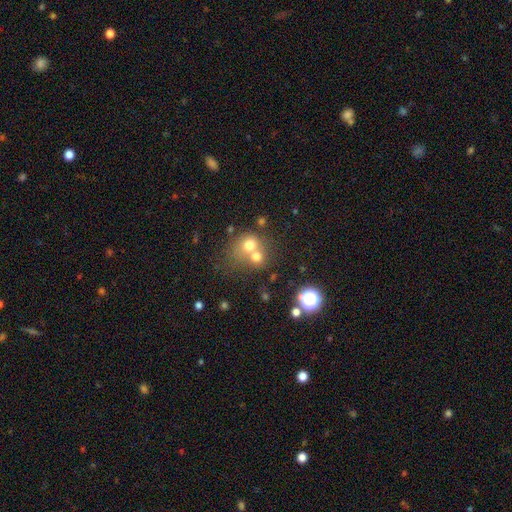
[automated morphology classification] type=smooth (57%); roundness=round (75%); merging=merger (54%).